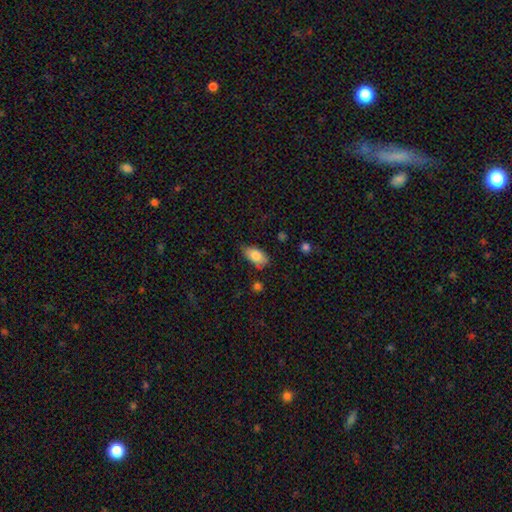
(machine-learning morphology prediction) smooth 83%, featured or disk 10%, star or artifact 7%. Down the decision tree: how rounded — in between (92%); merging — none (63%).